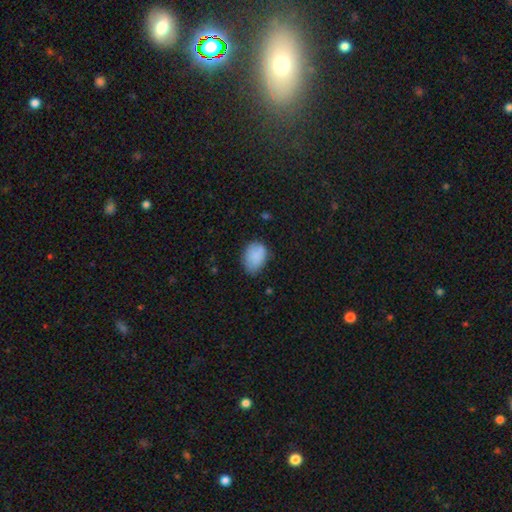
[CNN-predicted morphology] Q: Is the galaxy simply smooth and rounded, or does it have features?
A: smooth — 84%.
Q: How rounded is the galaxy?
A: in between — 70%.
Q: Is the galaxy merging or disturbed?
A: none — 61%.